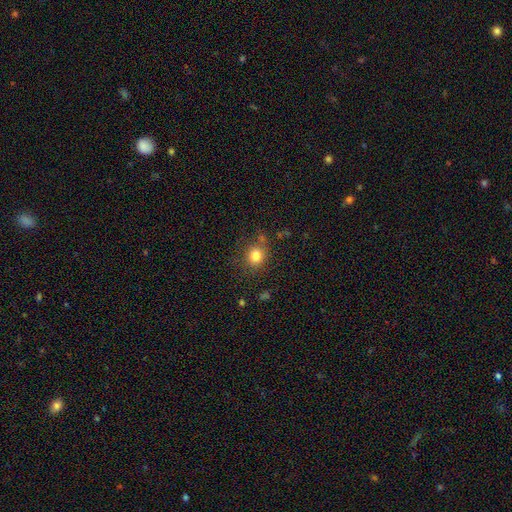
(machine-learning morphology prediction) The model was most divided on "merging": none: 77%, minor disturbance: 13%, merger: 5%, major disturbance: 5%. More confident: how rounded — round (82%); smooth or featured — smooth (81%).